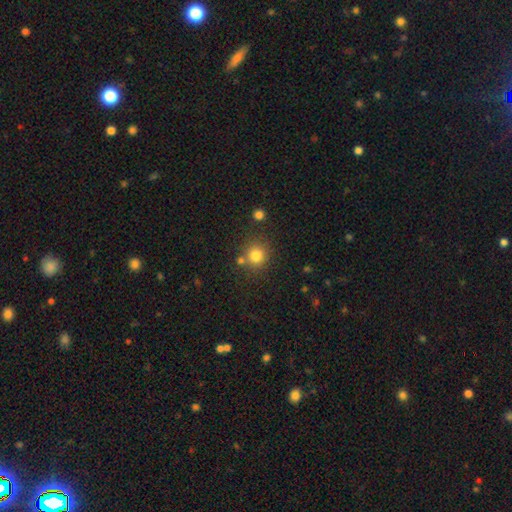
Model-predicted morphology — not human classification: The model was most divided on "merging": none: 75%, merger: 12%, minor disturbance: 10%, major disturbance: 4%. More confident: how rounded — round (90%); smooth or featured — smooth (80%).